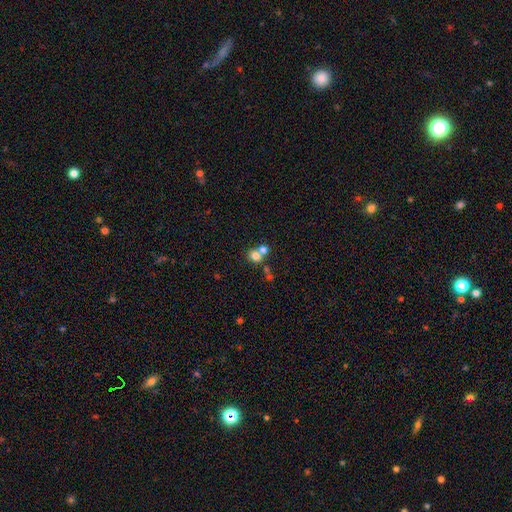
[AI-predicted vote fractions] Smooth or featured?
  - smooth: 74% *
  - star or artifact: 14%
  - featured or disk: 12%
How rounded?
  - round: 76% *
  - in between: 23%
  - cigar-shaped: 1%
Merging?
  - merger: 48% *
  - none: 42%
  - minor disturbance: 6%
  - major disturbance: 3%